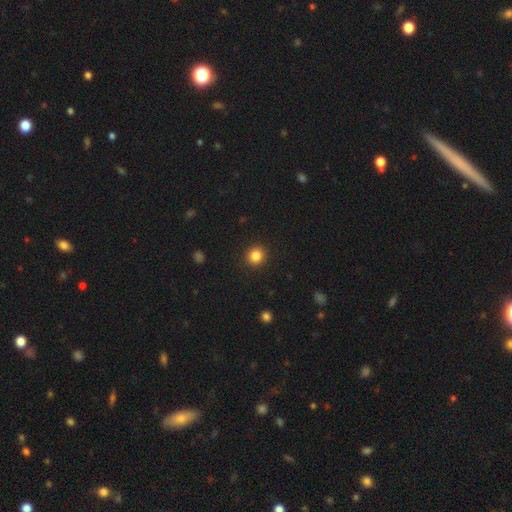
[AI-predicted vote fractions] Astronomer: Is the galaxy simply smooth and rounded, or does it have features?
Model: smooth — 84%.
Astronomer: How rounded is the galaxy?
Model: round — 90%.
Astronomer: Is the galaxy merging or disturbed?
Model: none — 92%.